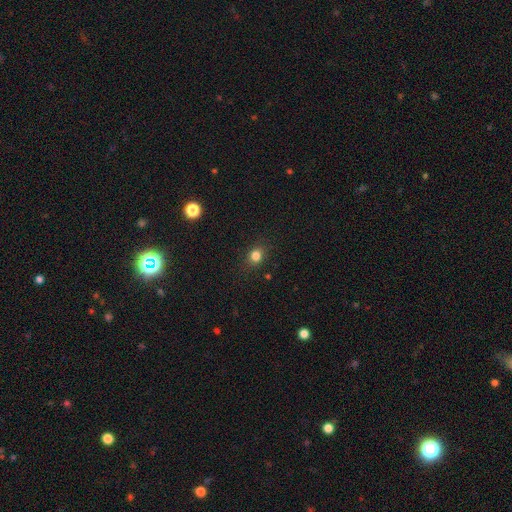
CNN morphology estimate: Q: Smooth or featured?
A: smooth (82%); runner-up: star or artifact (13%)
Q: How rounded?
A: round (67%); runner-up: in between (32%)
Q: Merging?
A: none (86%); runner-up: minor disturbance (10%)